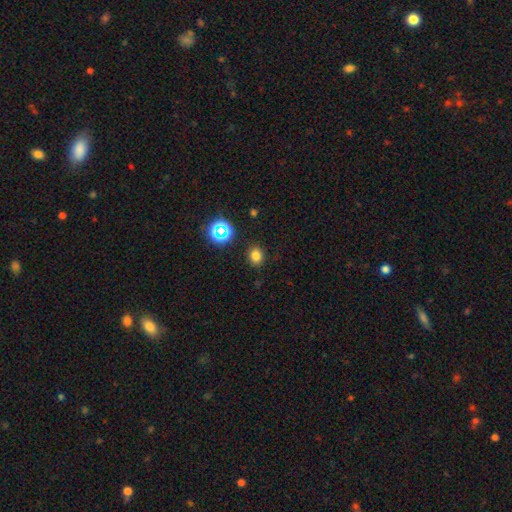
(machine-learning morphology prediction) The model was most divided on "how rounded": round: 64%, in between: 35%, cigar-shaped: 1%. More confident: merging — none (88%); smooth or featured — smooth (77%).